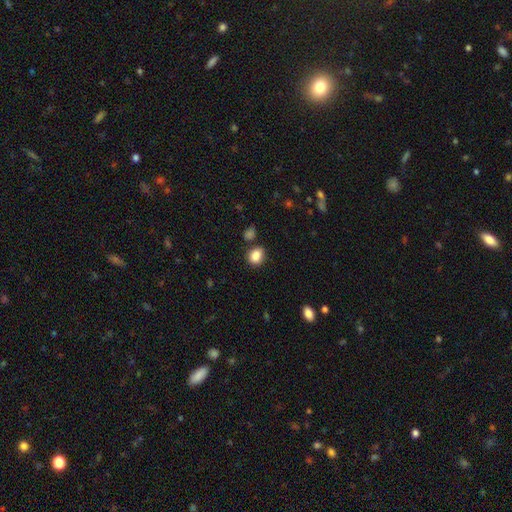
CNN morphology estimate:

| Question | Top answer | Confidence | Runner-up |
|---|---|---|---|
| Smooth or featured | smooth | 86% | star or artifact (10%) |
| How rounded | round | 52% | in between (47%) |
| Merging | none | 71% | minor disturbance (16%) |